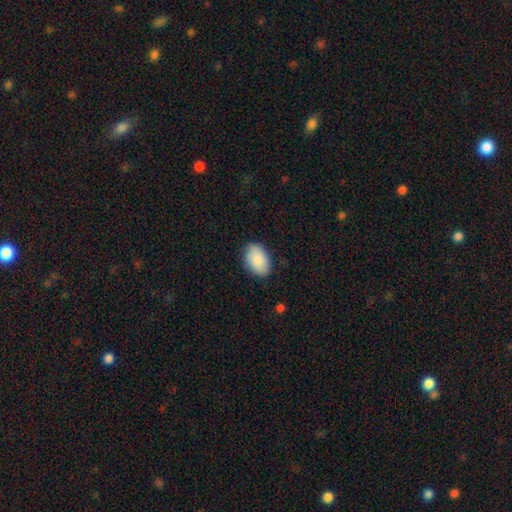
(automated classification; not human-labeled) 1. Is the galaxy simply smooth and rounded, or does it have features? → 89% smooth, 6% star or artifact, 5% featured or disk.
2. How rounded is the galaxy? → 88% in between, 10% round, 1% cigar-shaped.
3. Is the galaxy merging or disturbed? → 85% none, 12% minor disturbance, 3% major disturbance, 1% merger.